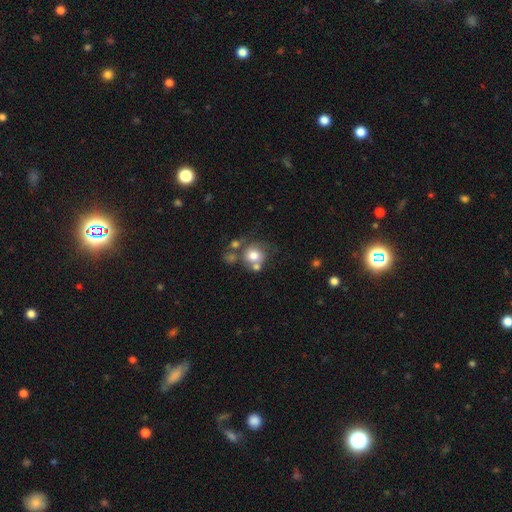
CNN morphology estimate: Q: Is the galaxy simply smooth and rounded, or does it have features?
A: smooth — 53%.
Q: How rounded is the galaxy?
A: round — 86%.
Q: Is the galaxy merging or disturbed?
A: none — 55%.